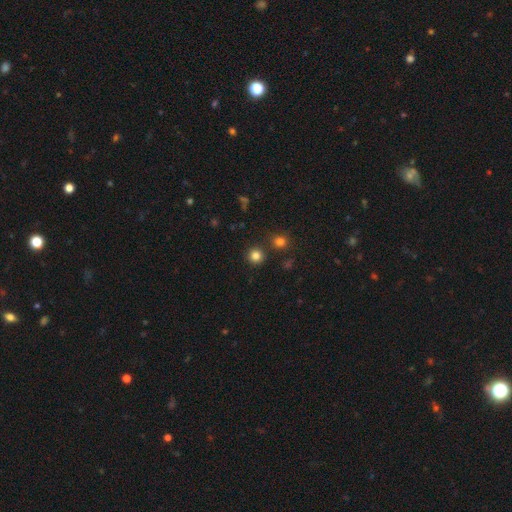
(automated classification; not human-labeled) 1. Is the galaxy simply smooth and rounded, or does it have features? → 81% smooth, 14% star or artifact, 5% featured or disk.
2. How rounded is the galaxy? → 94% round, 5% in between, 1% cigar-shaped.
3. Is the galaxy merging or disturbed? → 87% none, 6% minor disturbance, 5% merger, 2% major disturbance.